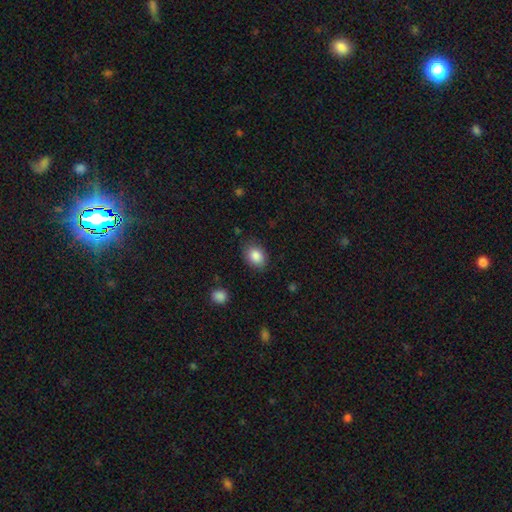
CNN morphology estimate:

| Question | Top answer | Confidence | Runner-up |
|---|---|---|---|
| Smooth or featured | smooth | 86% | star or artifact (8%) |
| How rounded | in between | 63% | round (36%) |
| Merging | none | 83% | minor disturbance (13%) |